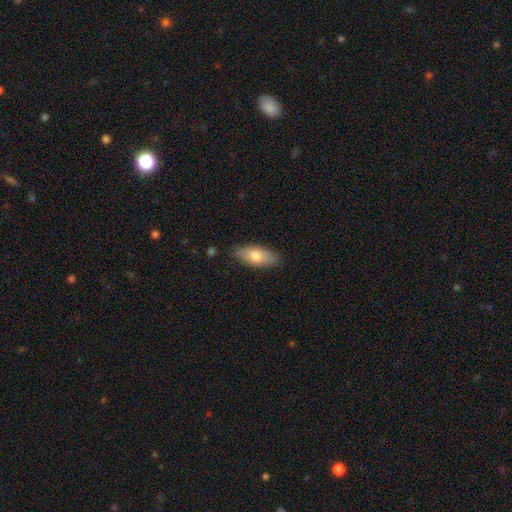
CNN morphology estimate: Overall: smooth (73%). How rounded: in between (81%). Merging: none (85%).